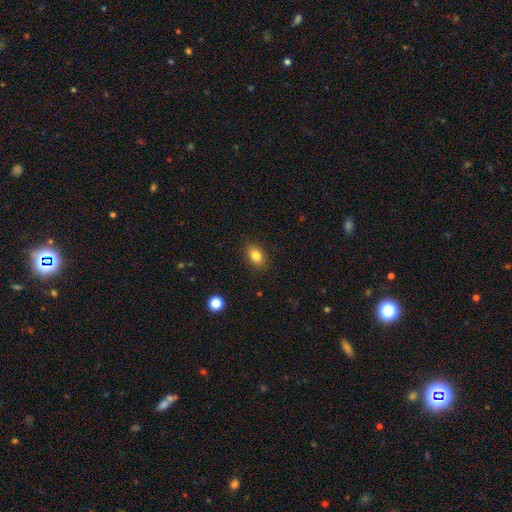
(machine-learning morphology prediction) This is clearly a smooth galaxy (83%). How rounded: clearly in between (82%). Merging: clearly none (87%).